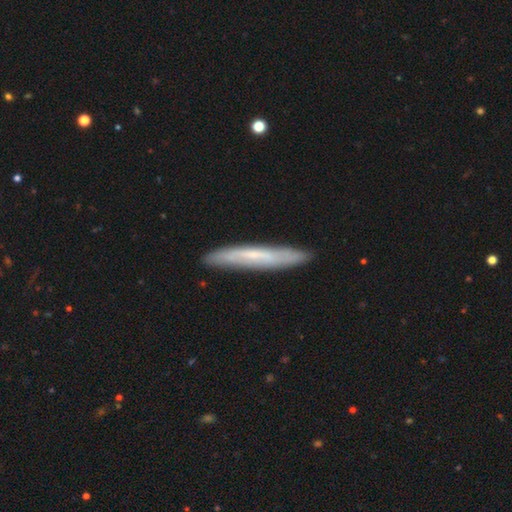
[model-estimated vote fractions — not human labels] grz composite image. It shows a featured or disk galaxy (47%, tied with smooth). Merging: none (87%).